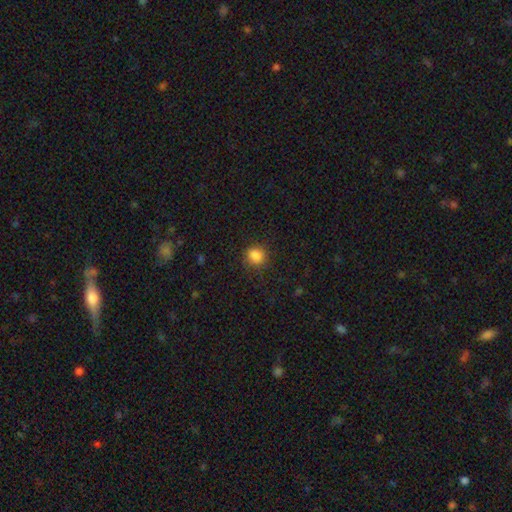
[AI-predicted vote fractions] A smooth galaxy with no disk features (85%) that is round (79%).

Vote fractions:
- Smooth or featured? smooth: 85% / star or artifact: 11% / featured or disk: 4%
- How rounded? round: 79% / in between: 20% / cigar-shaped: 1%
- Merging? none: 81% / minor disturbance: 14% / major disturbance: 4% / merger: 1%